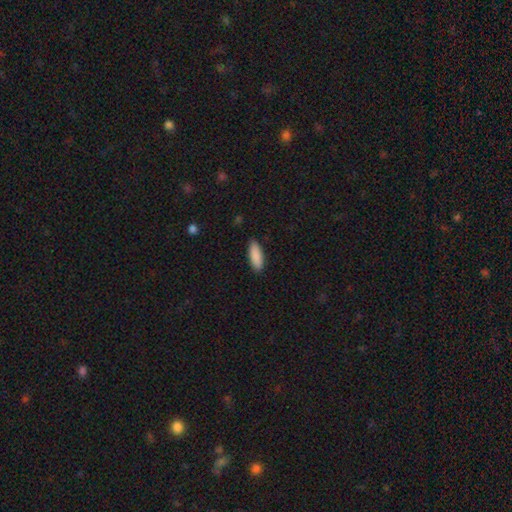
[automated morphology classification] Smooth or featured? Predicted: smooth (p=0.89). How rounded? Predicted: in between (p=0.64). Merging? Predicted: none (p=0.88).